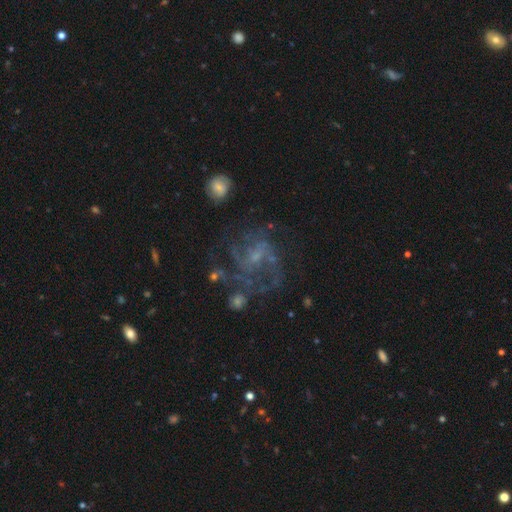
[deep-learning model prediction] Morphology: type=featured or disk (75%); edge-on=no (98%); bar=no (54%); spiral arms=yes (82%); winding=medium (47%); arm count=can't tell (37%); bulge=small (58%); merging=none (51%).